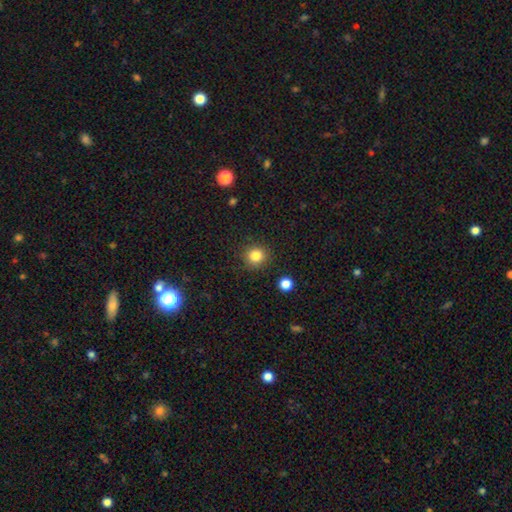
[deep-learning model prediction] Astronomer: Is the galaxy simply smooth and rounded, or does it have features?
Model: smooth — 84%.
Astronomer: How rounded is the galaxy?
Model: round — 91%.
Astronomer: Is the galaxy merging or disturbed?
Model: none — 89%.